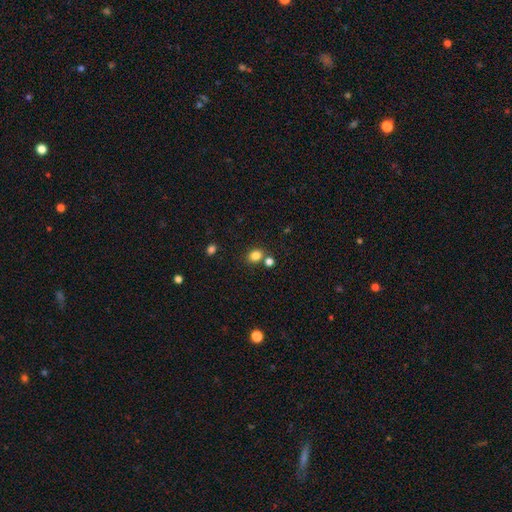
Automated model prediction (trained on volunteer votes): smooth-or-featured: smooth: 82% | star or artifact: 13% | featured or disk: 5%
  how-rounded: round: 55% | in between: 45% | cigar-shaped: 1%
  merging: none: 67% | merger: 19% | minor disturbance: 10% | major disturbance: 3%